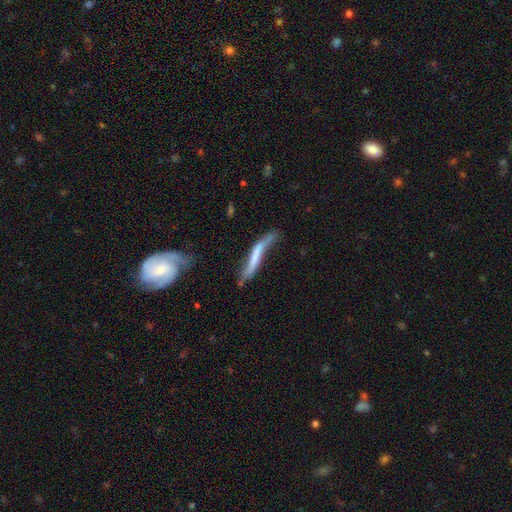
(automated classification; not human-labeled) The model was most divided on "smooth or featured": featured or disk: 51%, smooth: 42%, star or artifact: 7%. Remaining: edge-on disk — yes (56%); merging — none (41%).